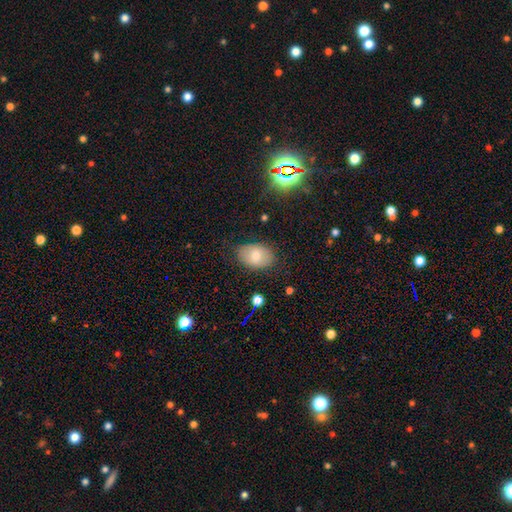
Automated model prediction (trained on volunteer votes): smooth-or-featured: smooth: 77% | featured or disk: 14% | star or artifact: 8%
  how-rounded: in between: 85% | round: 14% | cigar-shaped: 1%
  merging: none: 79% | minor disturbance: 16% | major disturbance: 4% | merger: 1%